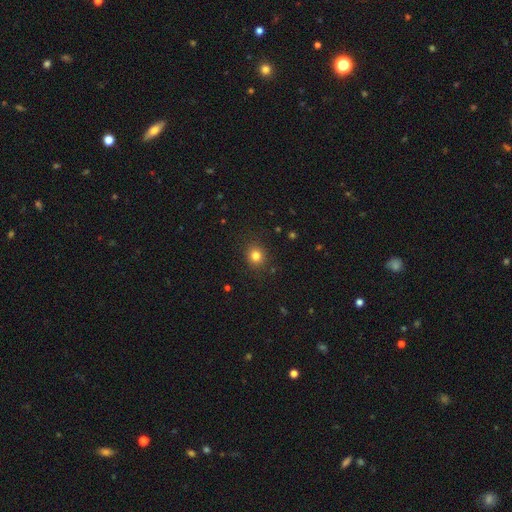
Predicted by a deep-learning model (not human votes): Smooth or featured: smooth — 81% (star or artifact — 13%)
How rounded: round — 80% (in between — 19%)
Merging: none — 89% (minor disturbance — 8%)